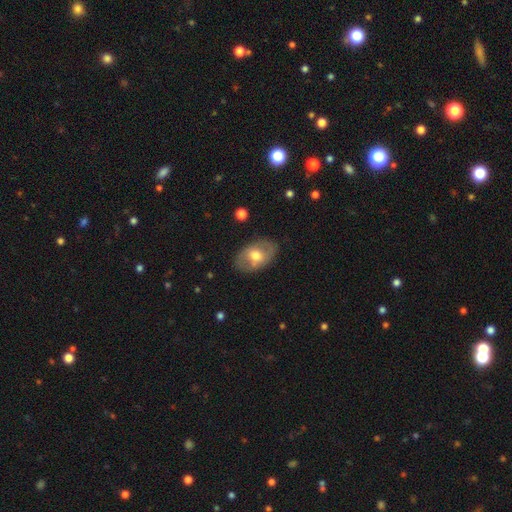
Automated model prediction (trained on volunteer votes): A smooth galaxy with no disk features (50%). Merging: none (81%).